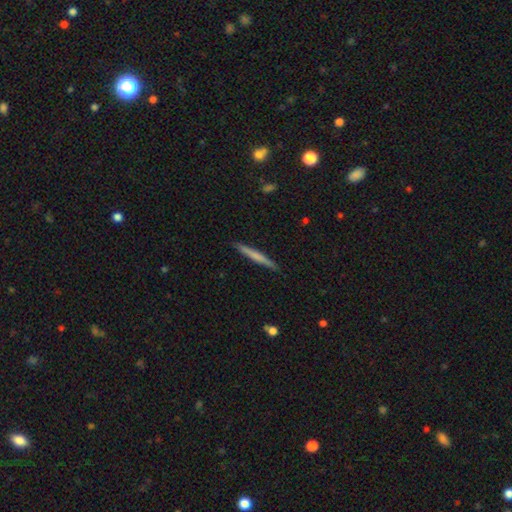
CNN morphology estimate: A smooth galaxy with no disk features (57%) that is cigar-shaped (96%).

Vote fractions:
- Smooth or featured? smooth: 57% / featured or disk: 38% / star or artifact: 6%
- How rounded? cigar-shaped: 96% / in between: 2% / round: 1%
- Merging? none: 91% / minor disturbance: 7% / major disturbance: 1% / merger: 1%